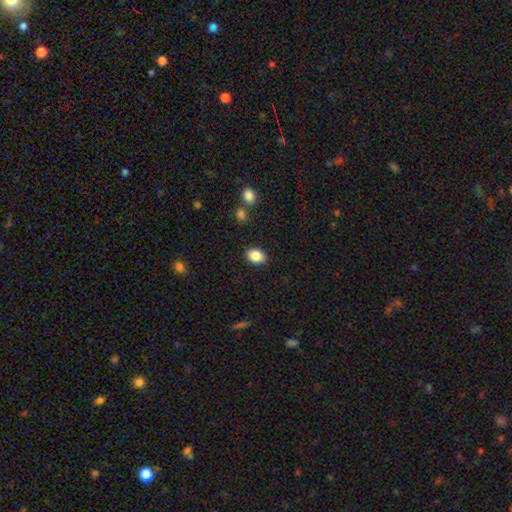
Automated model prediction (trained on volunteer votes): Q: Smooth or featured?
A: smooth (86%); runner-up: star or artifact (8%)
Q: How rounded?
A: in between (72%); runner-up: round (27%)
Q: Merging?
A: none (88%); runner-up: minor disturbance (8%)